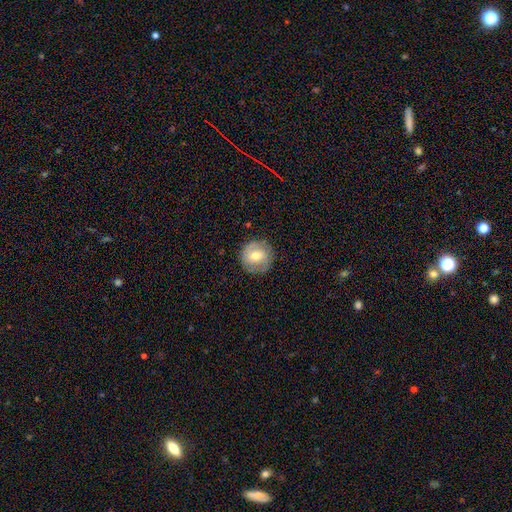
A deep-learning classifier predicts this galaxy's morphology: Smooth or featured? smooth (55%)
How rounded? round (92%)
Merging? none (84%)